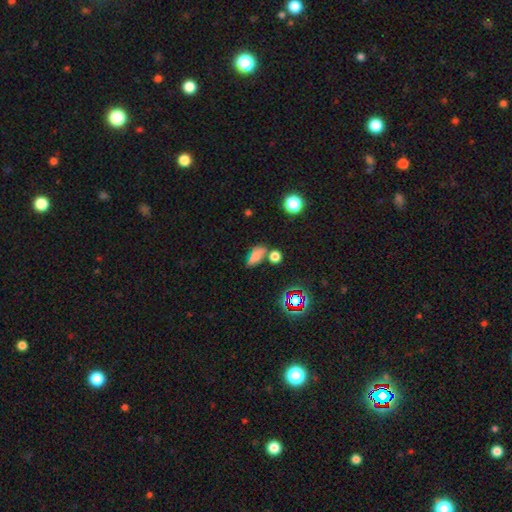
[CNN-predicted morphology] A smooth galaxy with no disk features (66%) that is in between round and cigar-shaped (79%). Merging: none (50%).